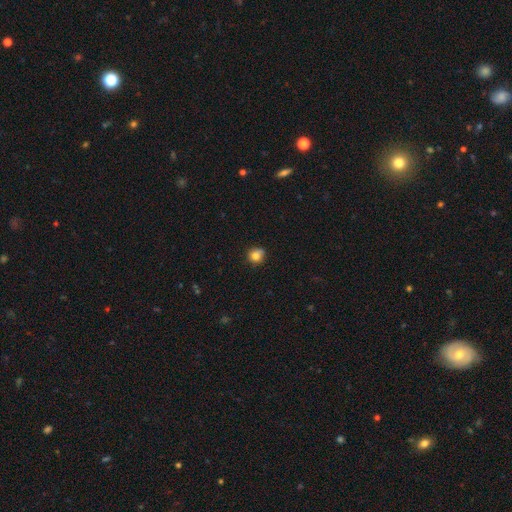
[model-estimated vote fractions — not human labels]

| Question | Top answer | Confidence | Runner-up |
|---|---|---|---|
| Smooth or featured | smooth | 82% | star or artifact (11%) |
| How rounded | round | 84% | in between (15%) |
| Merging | none | 74% | minor disturbance (21%) |